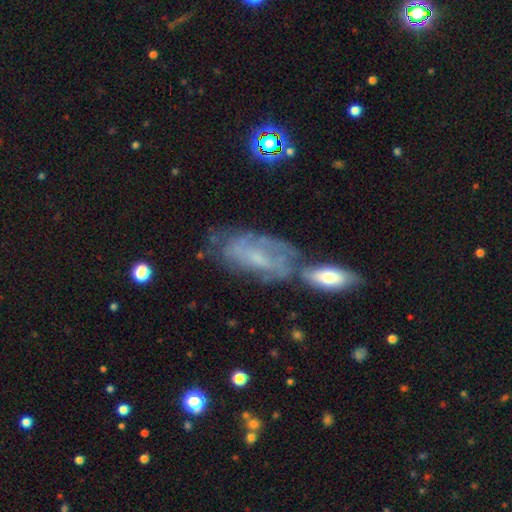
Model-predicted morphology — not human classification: Q: Smooth or featured?
A: featured or disk (64%); runner-up: smooth (25%)
Q: Edge-on disk?
A: no (90%); runner-up: yes (10%)
Q: Bar?
A: no (47%); runner-up: weak (41%)
Q: Spiral arms?
A: yes (78%); runner-up: no (22%)
Q: Bulge size?
A: small (59%); runner-up: none (19%)
Q: Merging?
A: none (47%); runner-up: merger (22%)